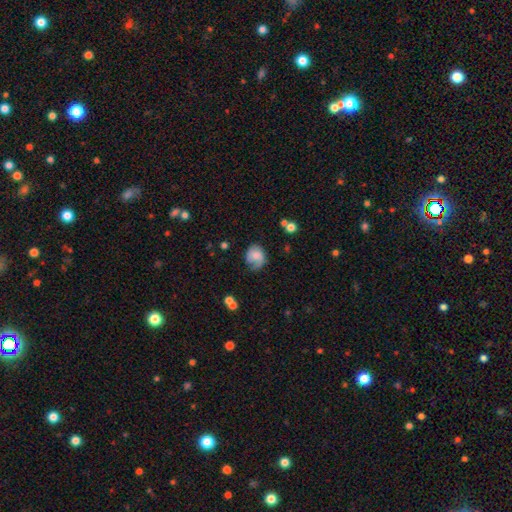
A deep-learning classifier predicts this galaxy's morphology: Smooth or featured: smooth — 66% (featured or disk — 25%)
How rounded: round — 60% (in between — 39%)
Merging: none — 51% (minor disturbance — 31%)